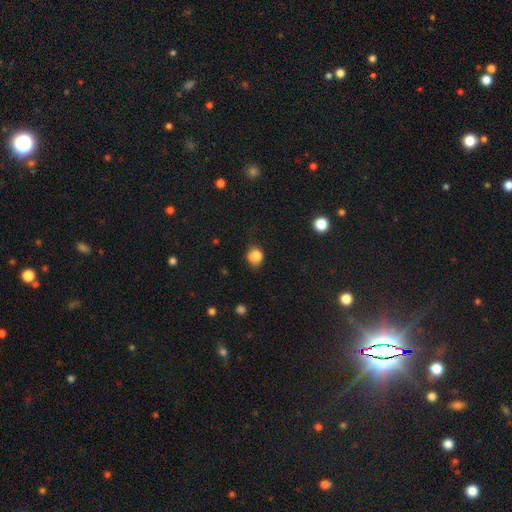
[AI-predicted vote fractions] Overall: smooth (82%). How rounded: round (66%; in between 33%). Merging: none (57%; minor disturbance 31%).